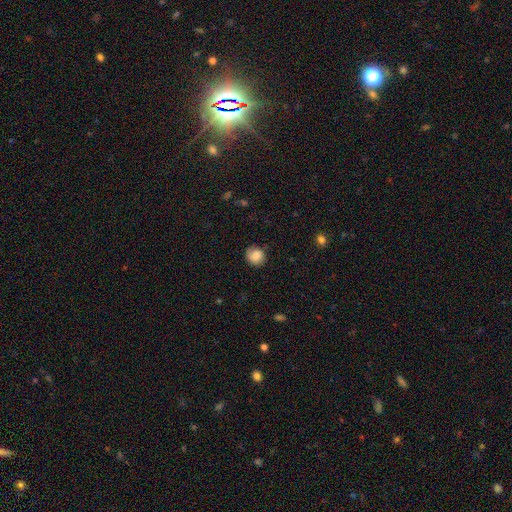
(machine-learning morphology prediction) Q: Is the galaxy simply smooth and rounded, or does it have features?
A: smooth — 83%.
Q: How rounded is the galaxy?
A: round — 83%.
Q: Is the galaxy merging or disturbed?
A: none — 75%.